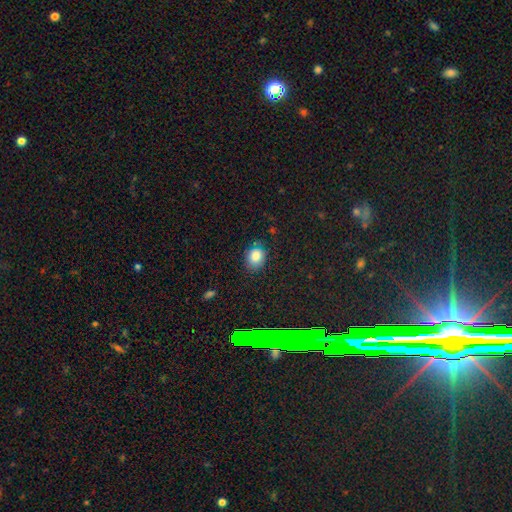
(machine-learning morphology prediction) This appears to be a smooth galaxy with no disk features (81%) that is round (55%). Merging: none (77%).